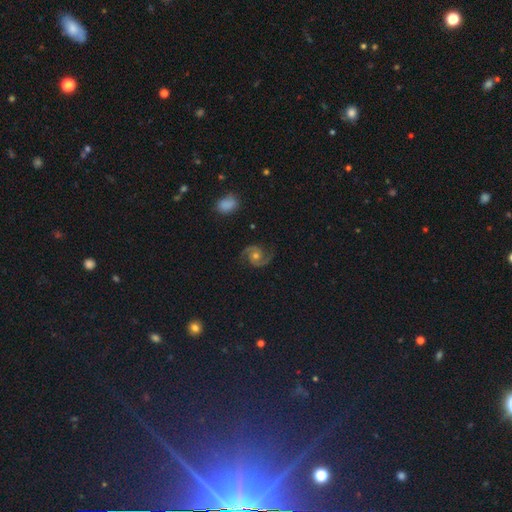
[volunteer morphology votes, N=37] Smooth or featured?
  - featured or disk: 89% *
  - smooth: 5%
  - star or artifact: 5%
Edge-on disk?
  - no: 94% *
  - yes: 6%
Bar?
  - no: 74% *
  - weak: 19%
  - strong: 6%
Spiral arms?
  - yes: 97% *
  - no: 3%
Spiral winding?
  - medium: 63% *
  - tight: 33%
  - loose: 3%
Spiral arm count?
  - 2: 97% *
  - 1: 3%
  - 3: 0%
  - 4: 0%
  - more than 4: 0%
  - can't tell: 0%
Bulge size?
  - moderate: 55% *
  - small: 39%
  - large: 3%
  - none: 3%
  - dominant: 0%
Merging?
  - none: 91% *
  - minor disturbance: 9%
  - major disturbance: 0%
  - merger: 0%